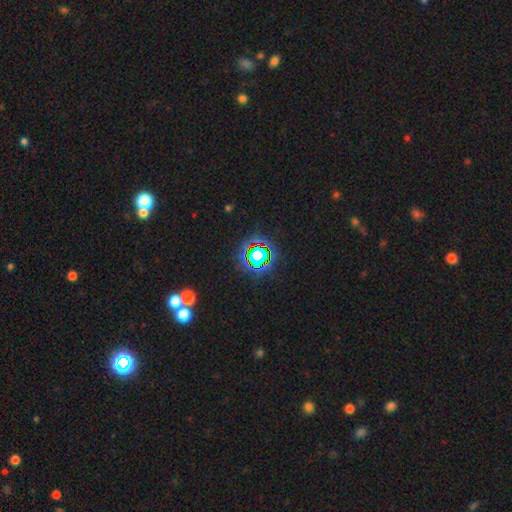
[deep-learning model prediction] This is likely a star or artifact rather than a galaxy (70%).